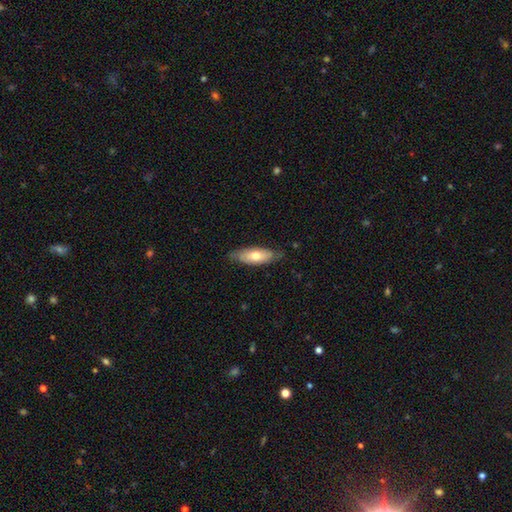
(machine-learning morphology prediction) This appears to be a smooth galaxy with no disk features (61%) that is in between round and cigar-shaped (72%). Merging: none (74%).